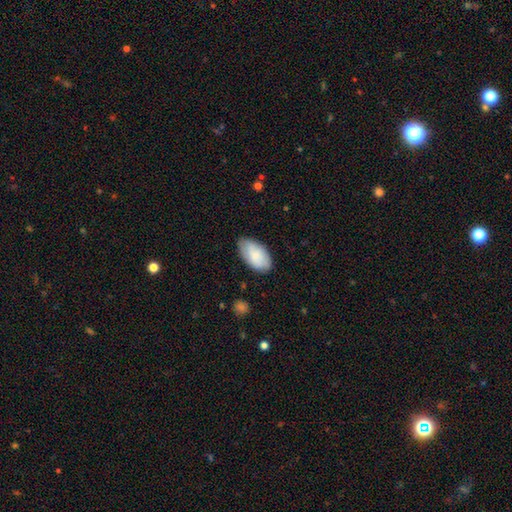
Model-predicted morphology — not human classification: type=smooth (80%); roundness=in between (95%); merging=none (80%).